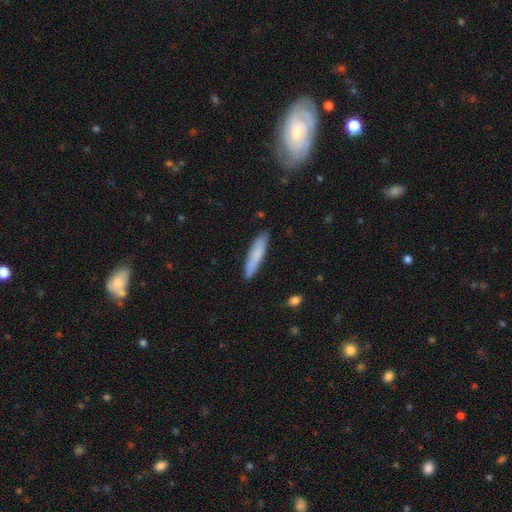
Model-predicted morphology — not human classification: This is likely a smooth galaxy (79%). How rounded: clearly cigar-shaped (87%). Merging: clearly none (86%).